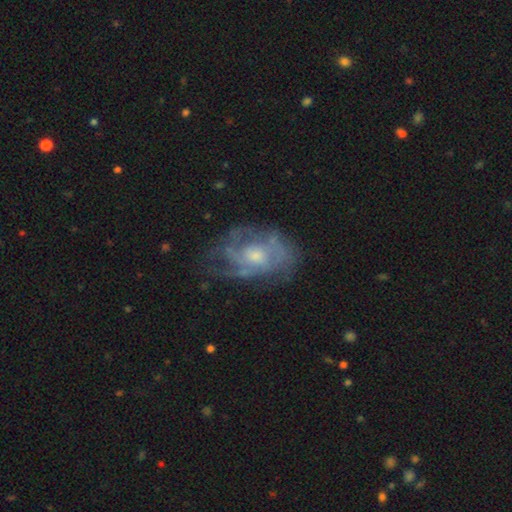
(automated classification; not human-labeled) smooth-or-featured: featured or disk: 77% | smooth: 16% | star or artifact: 7%
  disk-edge-on: no: 96% | yes: 4%
    bar: no: 72% | weak: 24% | strong: 4%
    has-spiral-arms: yes: 78% | no: 22%
      spiral-winding: tight: 45% | medium: 40% | loose: 15%
      spiral-arm-count: can't tell: 45% | 2: 21% | 3: 17% | 4: 7% | 1: 5% | more than 4: 4%
    bulge-size: moderate: 51% | small: 38% | large: 5% | none: 5% | dominant: 1%
  merging: none: 60% | minor disturbance: 23% | major disturbance: 15% | merger: 2%